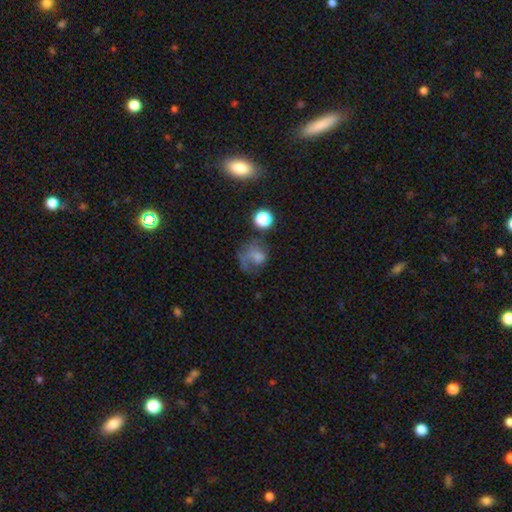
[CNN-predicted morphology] Smooth or featured? smooth (51%)
How rounded? round (63%)
Merging? major disturbance (43%)